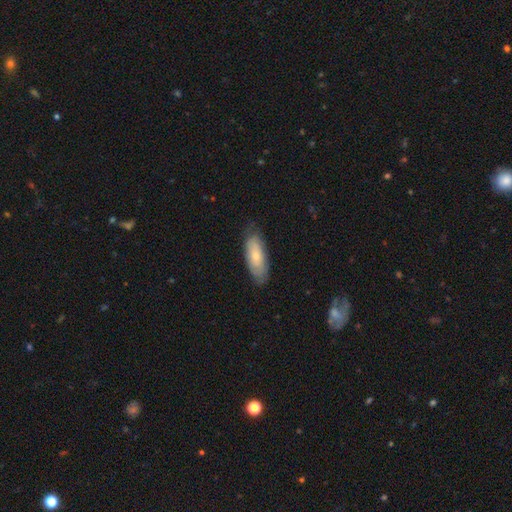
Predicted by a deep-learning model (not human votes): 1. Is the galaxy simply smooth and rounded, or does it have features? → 61% smooth, 33% featured or disk, 6% star or artifact.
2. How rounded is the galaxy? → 77% in between, 21% cigar-shaped, 2% round.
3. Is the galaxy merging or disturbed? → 74% none, 21% minor disturbance, 5% major disturbance, 1% merger.